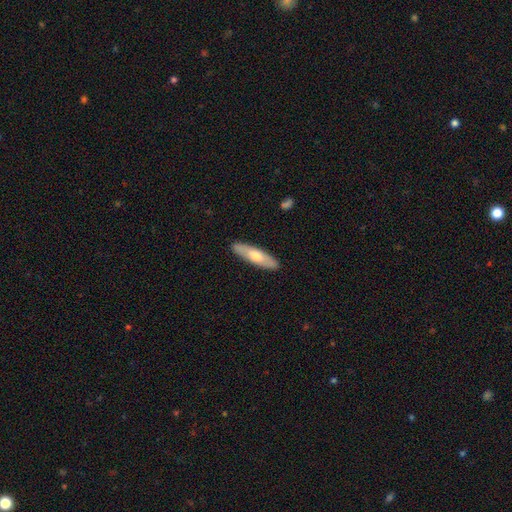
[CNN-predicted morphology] smooth 57%, featured or disk 38%, star or artifact 5%. Down the decision tree: how rounded — cigar-shaped (68%); merging — none (90%).